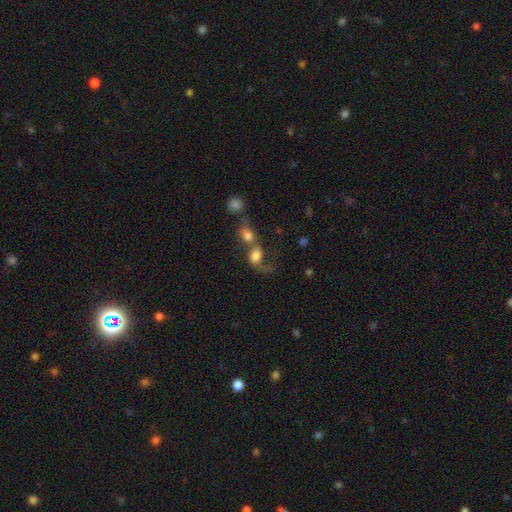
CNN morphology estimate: A smooth galaxy with no disk features (70%) that is in between round and cigar-shaped (54%).

Vote fractions:
- Smooth or featured? smooth: 70% / featured or disk: 18% / star or artifact: 12%
- How rounded? in between: 54% / round: 44% / cigar-shaped: 2%
- Merging? merger: 63% / none: 15% / major disturbance: 14% / minor disturbance: 7%